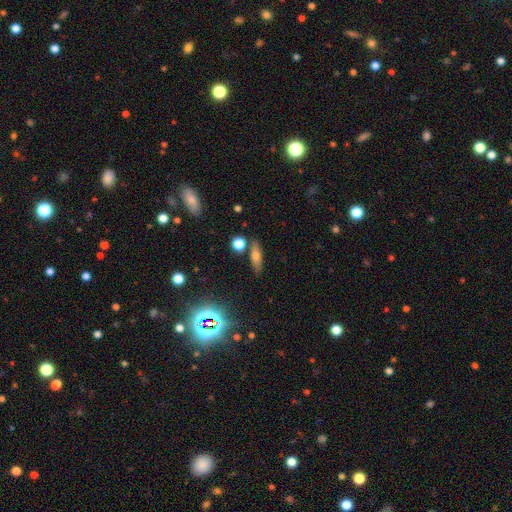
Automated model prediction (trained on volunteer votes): smooth 61%, featured or disk 25%, star or artifact 14%. Down the decision tree: how rounded — in between (49%); merging — none (78%).